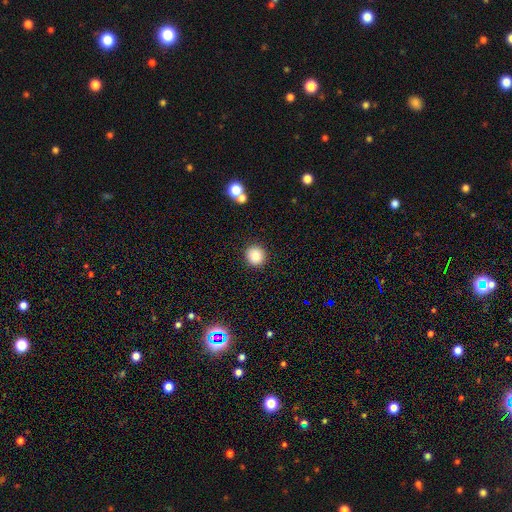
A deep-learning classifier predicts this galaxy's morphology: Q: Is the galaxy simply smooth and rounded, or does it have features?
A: smooth — 83%.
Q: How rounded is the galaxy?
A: round — 92%.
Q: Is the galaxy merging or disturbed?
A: none — 91%.